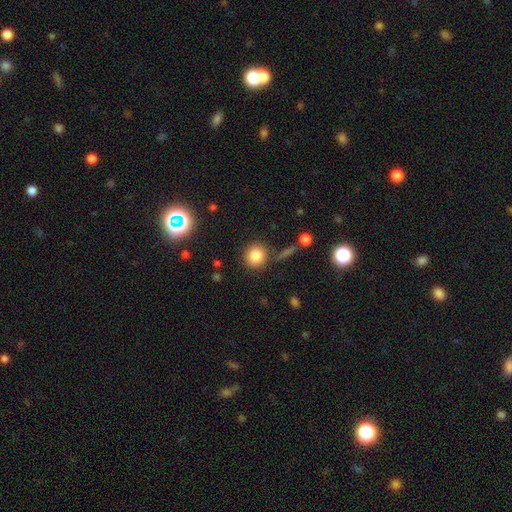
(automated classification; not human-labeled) Q: Smooth or featured?
A: smooth (82%); runner-up: star or artifact (11%)
Q: How rounded?
A: round (88%); runner-up: in between (10%)
Q: Merging?
A: none (82%); runner-up: minor disturbance (9%)